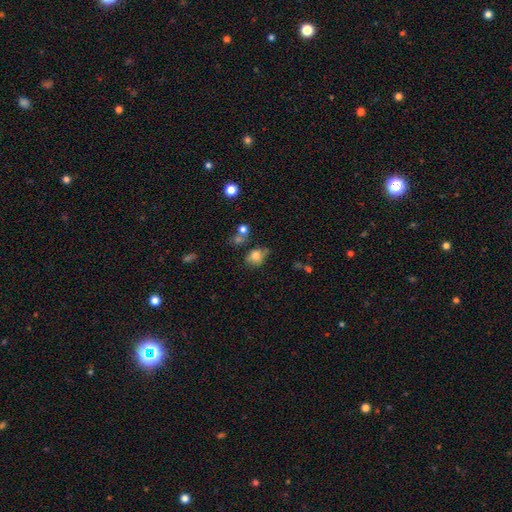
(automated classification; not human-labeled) Smooth or featured? smooth (75%)
How rounded? in between (53%)
Merging? none (50%)